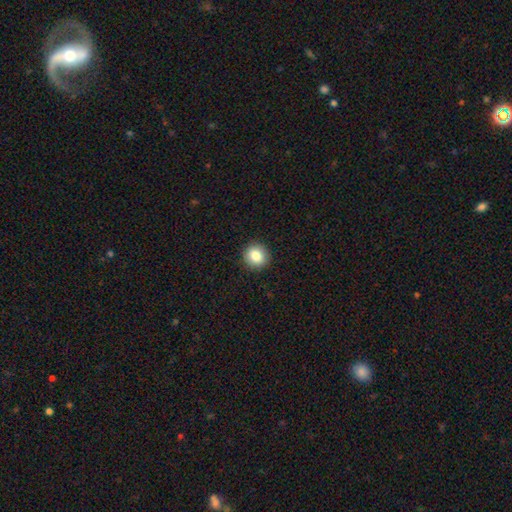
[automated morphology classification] smooth 84%, star or artifact 10%, featured or disk 6%. Down the decision tree: how rounded — round (90%); merging — none (92%).